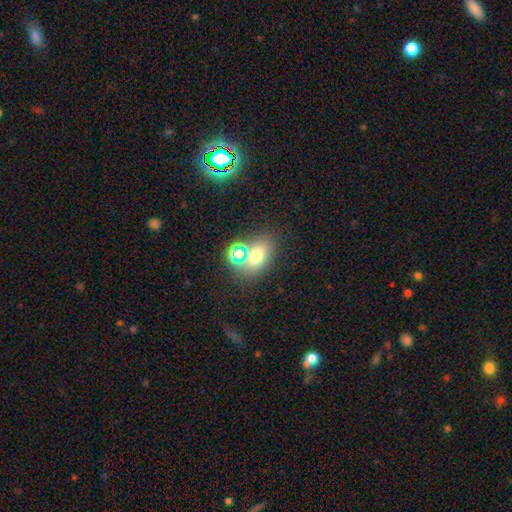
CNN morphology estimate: A smooth galaxy with no disk features (62%) that is in between round and cigar-shaped (63%).

Vote fractions:
- Smooth or featured? smooth: 62% / star or artifact: 25% / featured or disk: 12%
- How rounded? in between: 63% / round: 35% / cigar-shaped: 2%
- Merging? none: 66% / merger: 17% / minor disturbance: 11% / major disturbance: 6%